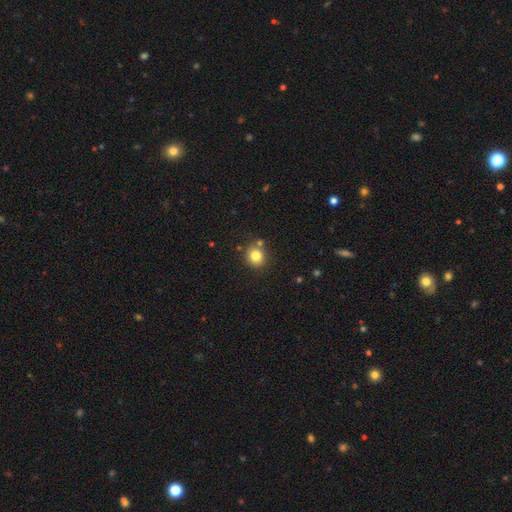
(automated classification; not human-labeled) smooth-or-featured: smooth: 81% | star or artifact: 11% | featured or disk: 7%
  how-rounded: round: 84% | in between: 15% | cigar-shaped: 1%
  merging: none: 79% | minor disturbance: 10% | merger: 9% | major disturbance: 3%